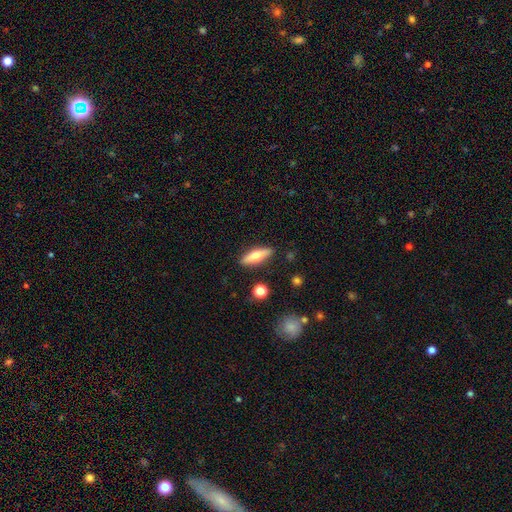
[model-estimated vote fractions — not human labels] This is likely a smooth galaxy (62%). How rounded: possibly cigar-shaped (57%). Merging: clearly none (87%).